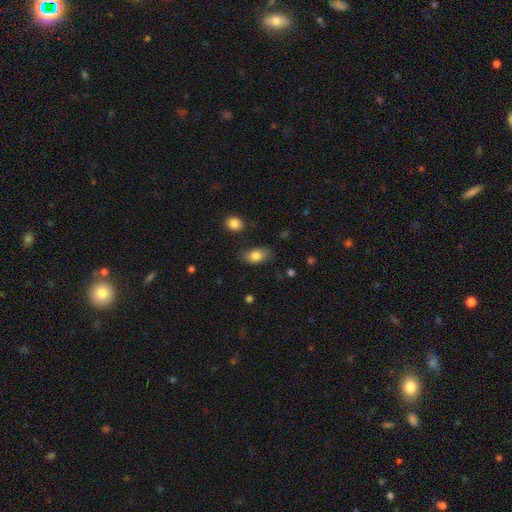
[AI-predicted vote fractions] The model was most divided on "merging": none: 78%, minor disturbance: 16%, major disturbance: 4%, merger: 2%. More confident: how rounded — in between (87%); smooth or featured — smooth (82%).